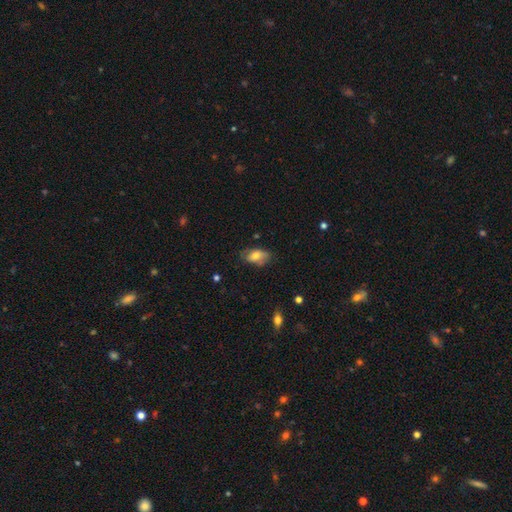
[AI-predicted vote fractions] Q: Smooth or featured?
A: smooth (66%); runner-up: featured or disk (26%)
Q: How rounded?
A: in between (91%); runner-up: round (6%)
Q: Merging?
A: none (65%); runner-up: minor disturbance (27%)